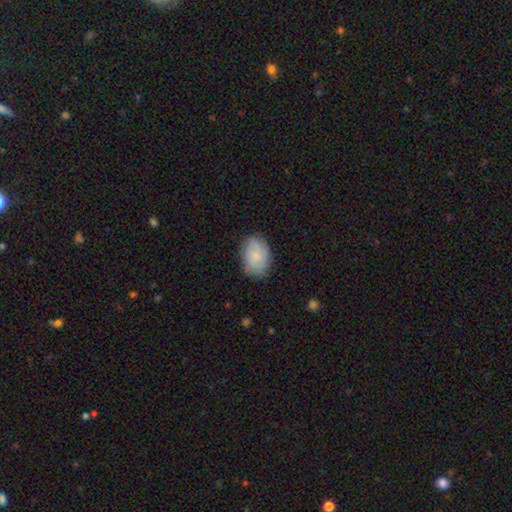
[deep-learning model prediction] Smooth or featured? smooth (80%)
How rounded? in between (81%)
Merging? none (79%)